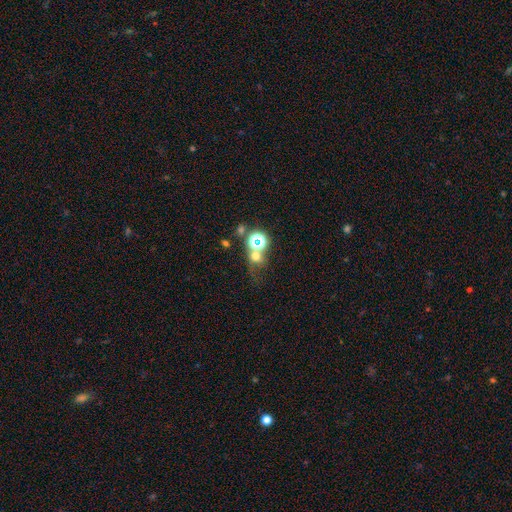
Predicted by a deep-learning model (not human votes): Smooth or featured?
  - smooth: 49% *
  - star or artifact: 38%
  - featured or disk: 13%
Merging?
  - none: 51% *
  - merger: 27%
  - minor disturbance: 11%
  - major disturbance: 11%